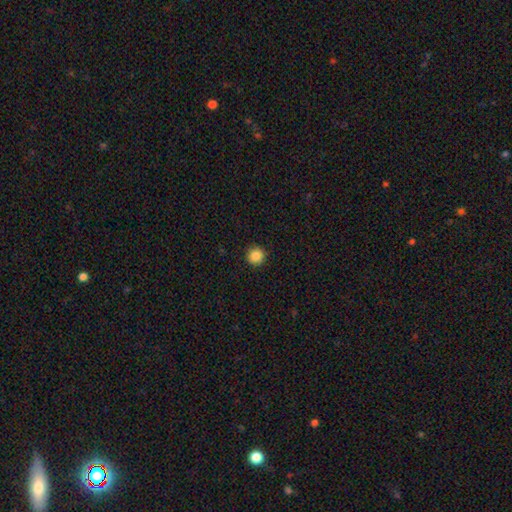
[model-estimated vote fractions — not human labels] A smooth galaxy with no disk features (87%) that is round (95%).

Vote fractions:
- Smooth or featured? smooth: 87% / star or artifact: 10% / featured or disk: 4%
- How rounded? round: 95% / in between: 4% / cigar-shaped: 1%
- Merging? none: 93% / minor disturbance: 5% / major disturbance: 2% / merger: 1%